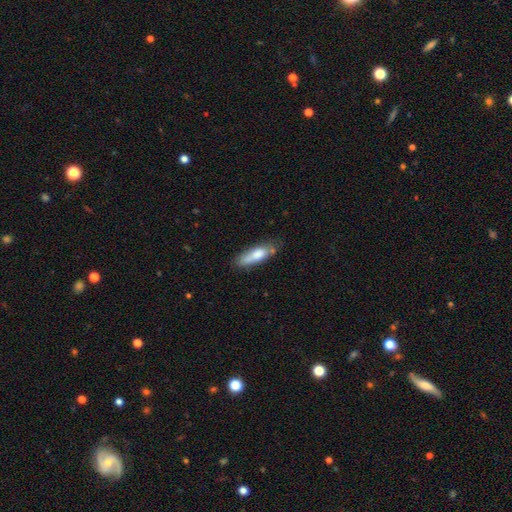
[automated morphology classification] Smooth or featured: smooth — 73% (featured or disk — 20%)
How rounded: cigar-shaped — 50% (in between — 48%)
Merging: none — 61% (minor disturbance — 26%)